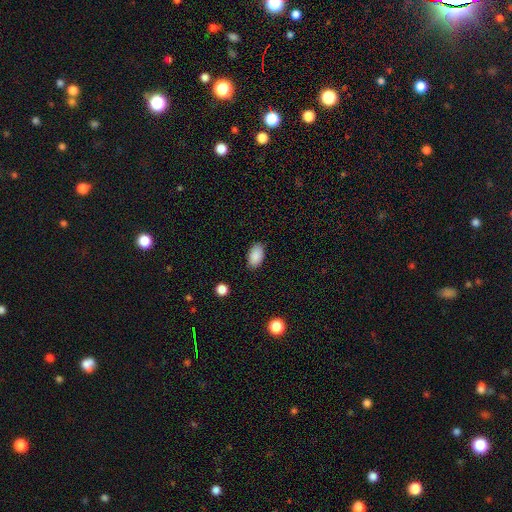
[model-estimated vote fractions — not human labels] smooth 89%, star or artifact 7%, featured or disk 3%. Down the decision tree: how rounded — in between (93%); merging — none (85%).